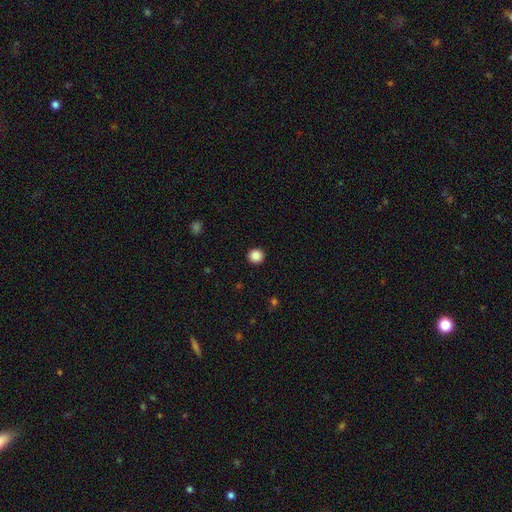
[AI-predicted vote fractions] smooth_or_featured: smooth (p=0.87) [alt: star or artifact p=0.10]
how_rounded: round (p=0.94) [alt: in between p=0.05]
merging: none (p=0.93) [alt: minor disturbance p=0.04]